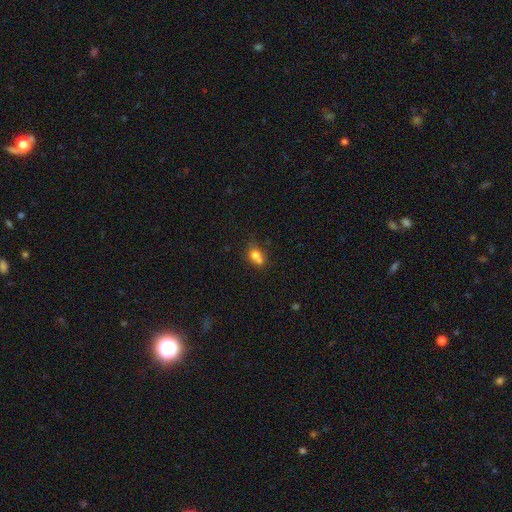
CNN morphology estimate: This is likely a smooth galaxy (72%). How rounded: possibly in between (51%). Merging: marginally merger (39%).